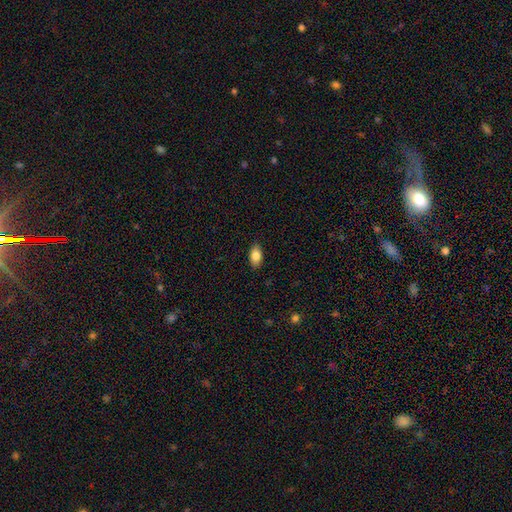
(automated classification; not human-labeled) Q: Smooth or featured?
A: smooth (83%); runner-up: featured or disk (10%)
Q: How rounded?
A: in between (90%); runner-up: round (6%)
Q: Merging?
A: none (88%); runner-up: minor disturbance (9%)